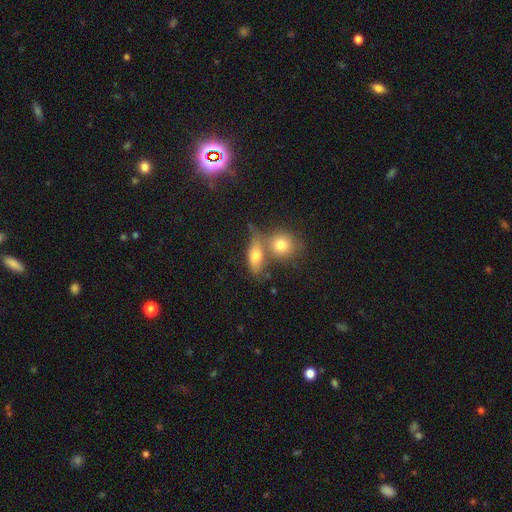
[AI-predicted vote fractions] This is likely a smooth galaxy (72%). How rounded: likely in between (71%). Merging: possibly merger (47%).